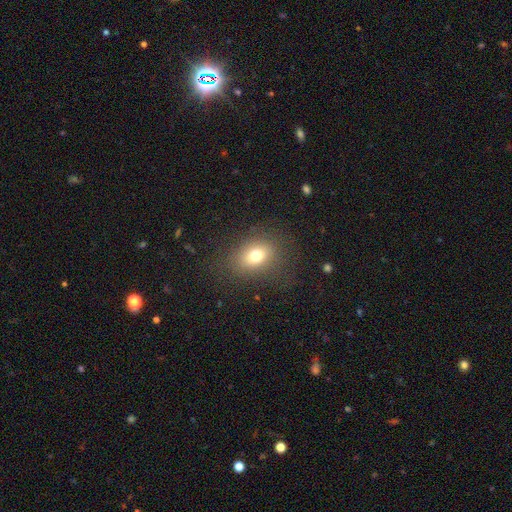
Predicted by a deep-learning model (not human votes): smooth-or-featured: smooth: 73% | star or artifact: 14% | featured or disk: 13%
  how-rounded: in between: 61% | round: 38% | cigar-shaped: 1%
  merging: none: 80% | minor disturbance: 12% | major disturbance: 7% | merger: 1%